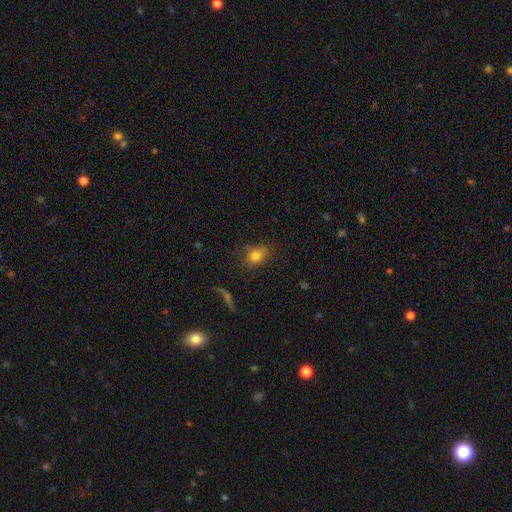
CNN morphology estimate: Smooth or featured? Predicted: smooth (p=0.80). How rounded? Predicted: in between (p=0.62). Merging? Predicted: none (p=0.71).